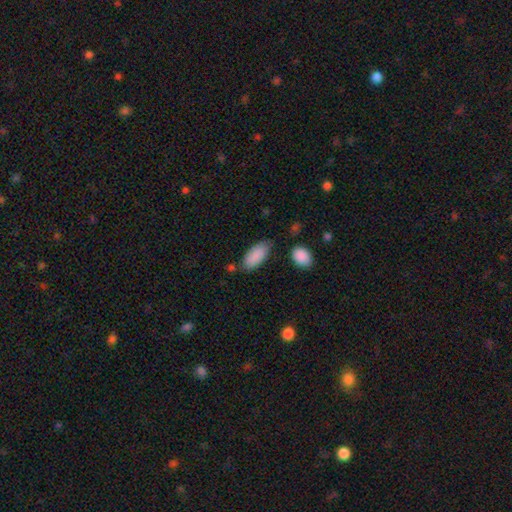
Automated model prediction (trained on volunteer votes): This is clearly a smooth galaxy (89%). How rounded: clearly in between (90%). Merging: likely none (74%).